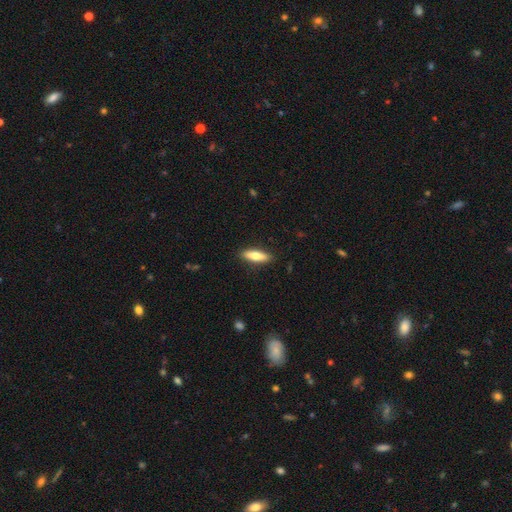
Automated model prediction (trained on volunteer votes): The model was most divided on "how rounded": cigar-shaped: 50%, in between: 48%, round: 2%. More confident: merging — none (89%); smooth or featured — smooth (69%).